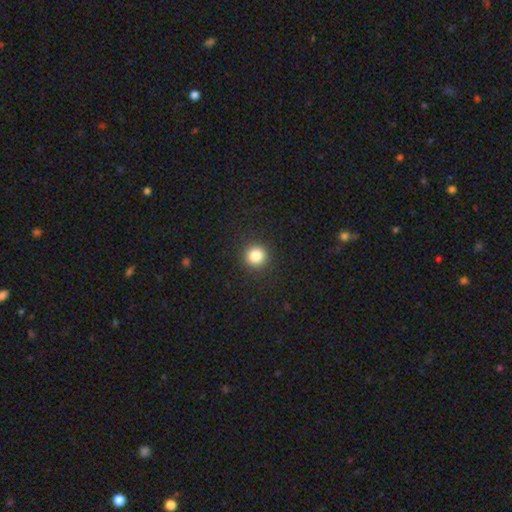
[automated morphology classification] A smooth galaxy with no disk features (84%) that is round (94%).

Vote fractions:
- Smooth or featured? smooth: 84% / star or artifact: 11% / featured or disk: 5%
- How rounded? round: 94% / in between: 5% / cigar-shaped: 1%
- Merging? none: 92% / minor disturbance: 5% / major disturbance: 2% / merger: 1%